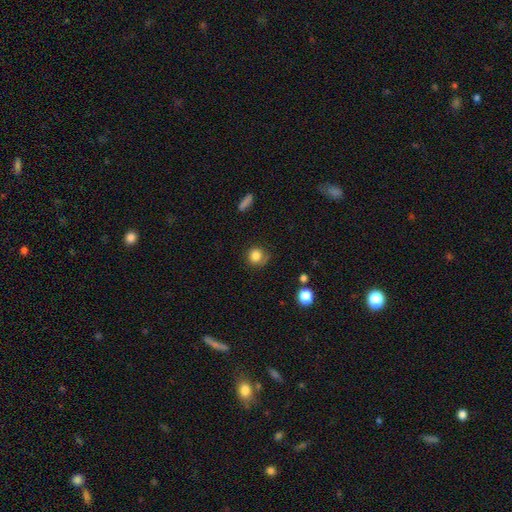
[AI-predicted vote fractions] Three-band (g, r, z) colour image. It shows a smooth galaxy with no disk features (83%) that is round (85%). Merging: none (69%).